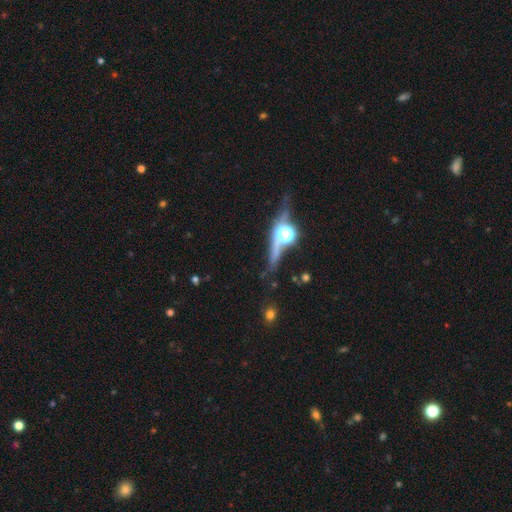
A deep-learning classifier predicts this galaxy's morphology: Q: Smooth or featured?
A: featured or disk (56%); runner-up: star or artifact (29%)
Q: Edge-on disk?
A: yes (87%); runner-up: no (13%)
Q: Merging?
A: none (72%); runner-up: minor disturbance (13%)